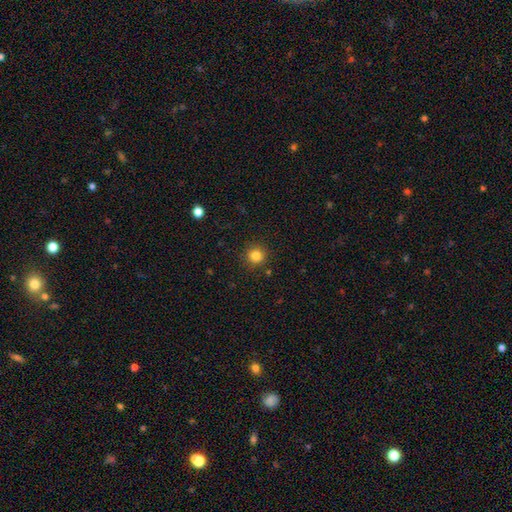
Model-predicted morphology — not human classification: Smooth or featured? Predicted: smooth (p=0.83). How rounded? Predicted: round (p=0.94). Merging? Predicted: none (p=0.89).